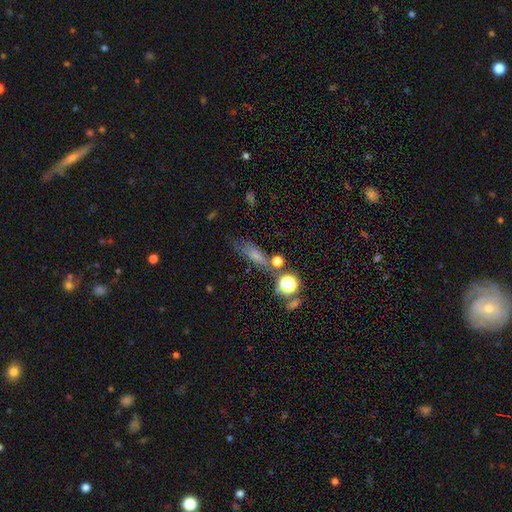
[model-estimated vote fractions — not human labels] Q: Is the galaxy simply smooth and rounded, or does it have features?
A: smooth — 56%.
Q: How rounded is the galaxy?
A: cigar-shaped — 44%.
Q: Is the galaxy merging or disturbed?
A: none — 57%.